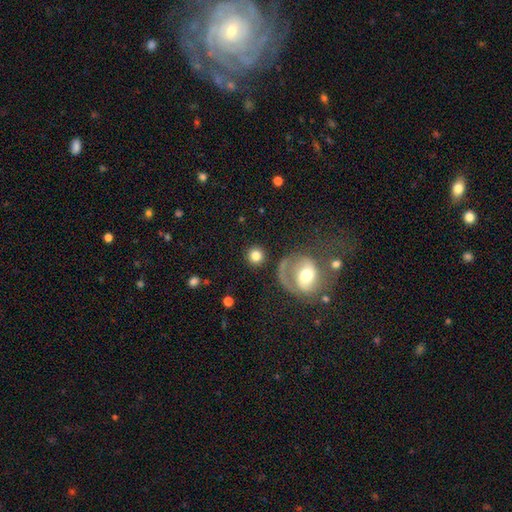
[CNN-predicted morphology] A smooth galaxy with no disk features (78%) that is round (92%). Merging: none (83%).